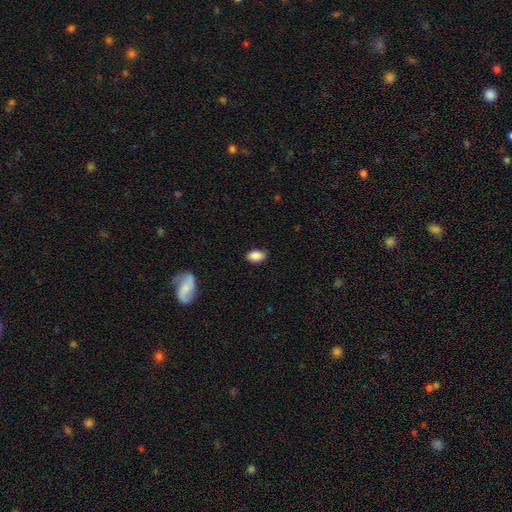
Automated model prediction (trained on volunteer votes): The model was most divided on "merging": none: 87%, minor disturbance: 10%, major disturbance: 2%, merger: 1%. More confident: how rounded — in between (90%); smooth or featured — smooth (89%).